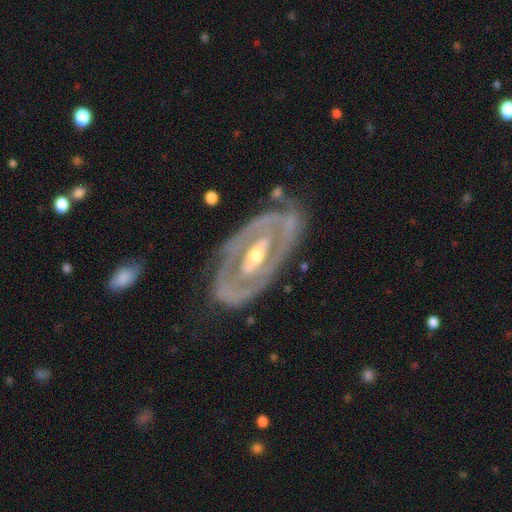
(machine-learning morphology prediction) featured or disk 86%, smooth 10%, star or artifact 4%. Down the decision tree: edge-on disk — no (93%); bar — strong (35%); spiral arms — yes (73%); spiral arm count — 2 (65%); spiral winding — tight (63%); bulge size — moderate (63%); merging — none (72%).